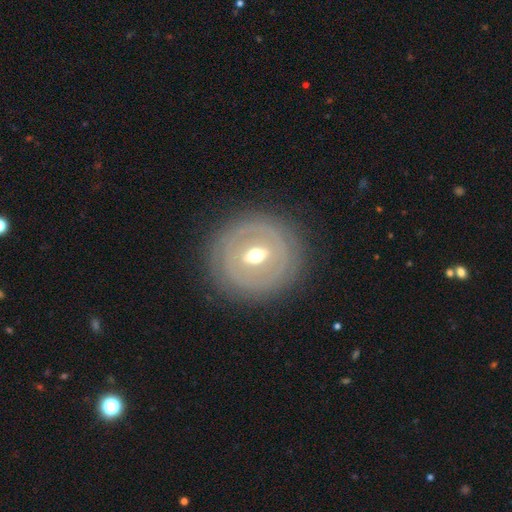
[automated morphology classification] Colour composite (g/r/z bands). It shows a featured or disk galaxy (71%) with a weak bar (41%), no spiral arms (60%) and a moderate central bulge (70%). Merging: none (83%).